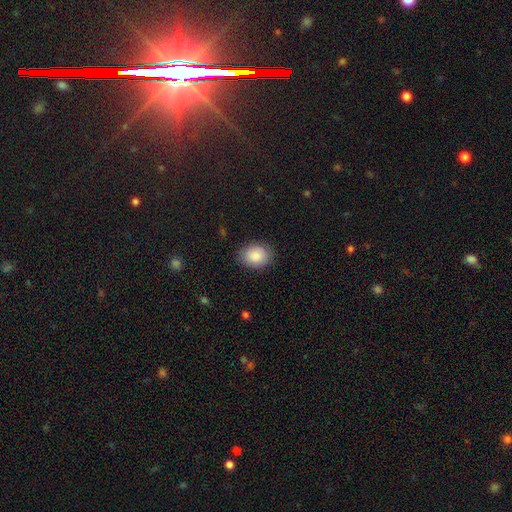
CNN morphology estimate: Smooth or featured? Predicted: smooth (p=0.87). How rounded? Predicted: in between (p=0.59). Merging? Predicted: none (p=0.84).